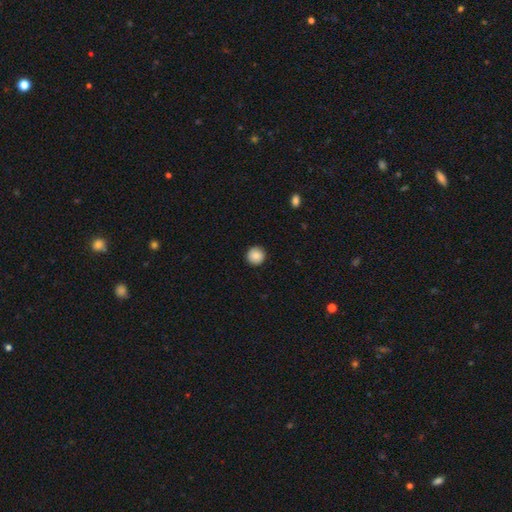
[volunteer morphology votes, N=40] type=smooth (82%); roundness=round (94%); merging=none (97%).